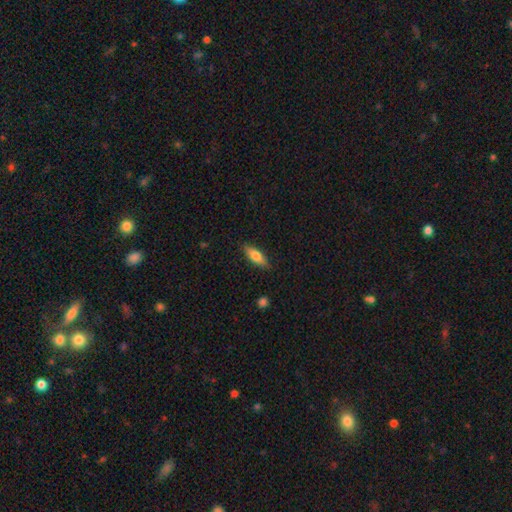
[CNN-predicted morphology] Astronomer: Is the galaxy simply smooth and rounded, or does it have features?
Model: smooth — 76%.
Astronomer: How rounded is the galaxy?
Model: in between — 63%.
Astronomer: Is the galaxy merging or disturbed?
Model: none — 85%.